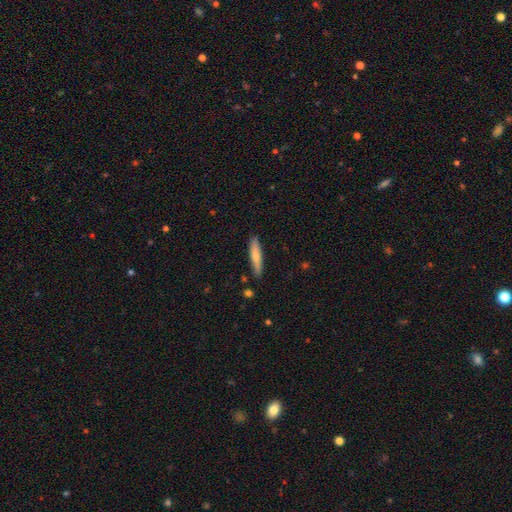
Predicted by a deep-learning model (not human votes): smooth-or-featured: smooth: 67% | featured or disk: 27% | star or artifact: 6%
  how-rounded: cigar-shaped: 86% | in between: 13% | round: 2%
  merging: none: 86% | minor disturbance: 10% | merger: 2% | major disturbance: 2%